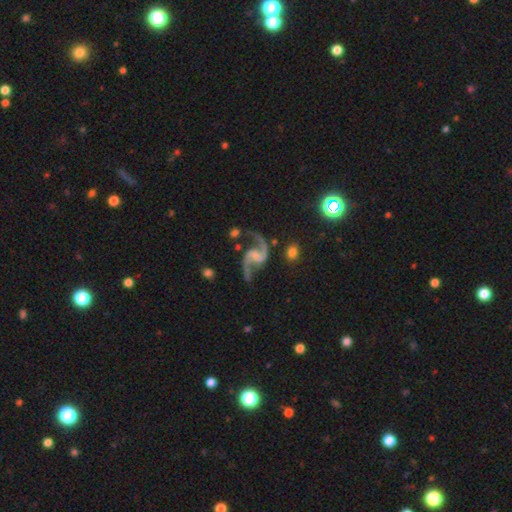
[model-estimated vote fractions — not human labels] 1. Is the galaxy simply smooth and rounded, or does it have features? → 92% featured or disk, 5% star or artifact, 3% smooth.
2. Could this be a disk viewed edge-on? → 98% no, 2% yes.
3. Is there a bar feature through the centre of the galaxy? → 43% no (tied), 43% weak (tied), 15% strong.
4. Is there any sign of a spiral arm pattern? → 98% yes, 2% no.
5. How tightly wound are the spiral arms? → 66% loose, 29% medium, 4% tight.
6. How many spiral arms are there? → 94% 2, 2% 1, 1% can't tell, 1% 3, 1% 4, 1% more than 4.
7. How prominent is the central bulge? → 46% small, 33% none, 17% moderate, 3% large, 1% dominant.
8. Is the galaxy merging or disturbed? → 69% none, 16% minor disturbance, 10% major disturbance, 4% merger.